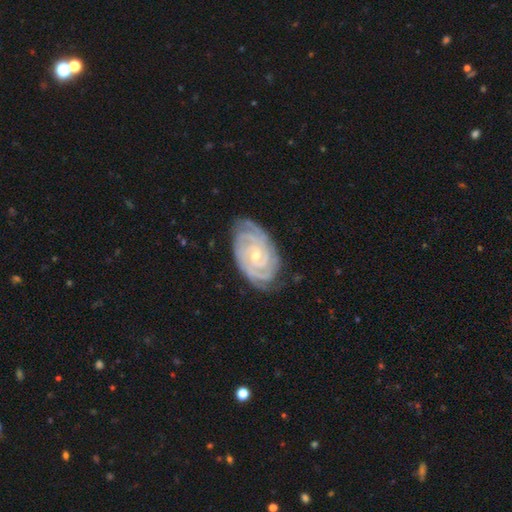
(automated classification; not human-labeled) A featured or disk galaxy (90%) with no bar (63%), 2 (25%) tight (85%) spiral arms (98%) and a small central bulge (69%). Merging: none (80%).